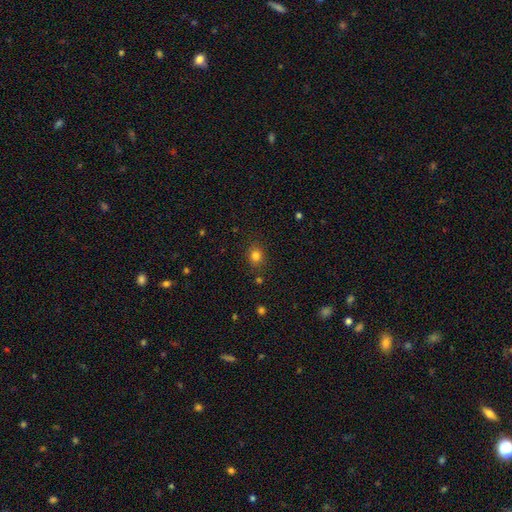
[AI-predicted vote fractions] Overall: smooth (81%). How rounded: round (69%; in between 30%). Merging: none (85%).